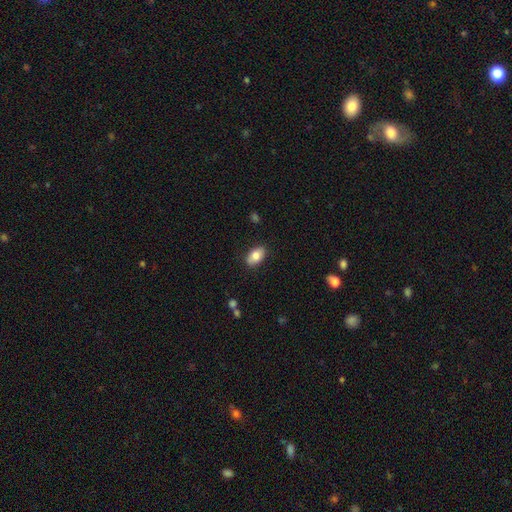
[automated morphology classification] Smooth or featured?
  - smooth: 80% *
  - featured or disk: 13%
  - star or artifact: 7%
How rounded?
  - in between: 92% *
  - round: 6%
  - cigar-shaped: 2%
Merging?
  - none: 86% *
  - minor disturbance: 11%
  - major disturbance: 2%
  - merger: 1%